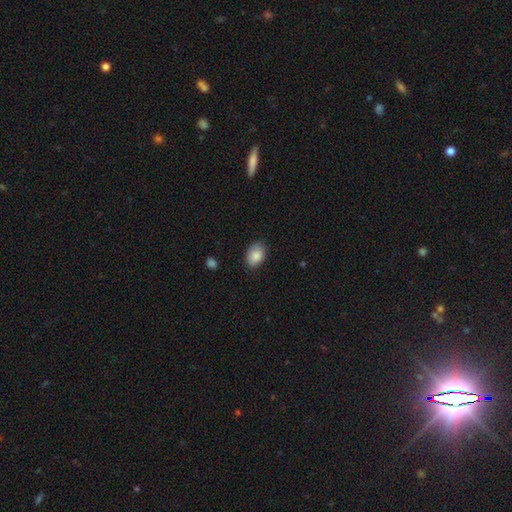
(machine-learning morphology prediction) The model was most divided on "merging": none: 80%, minor disturbance: 16%, major disturbance: 3%, merger: 1%. More confident: smooth or featured — smooth (86%); how rounded — in between (82%).